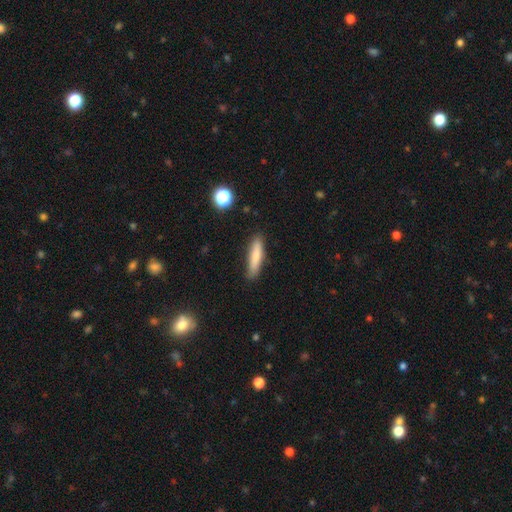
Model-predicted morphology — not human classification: Q: Smooth or featured?
A: smooth (78%); runner-up: featured or disk (15%)
Q: How rounded?
A: cigar-shaped (78%); runner-up: in between (20%)
Q: Merging?
A: none (85%); runner-up: minor disturbance (11%)